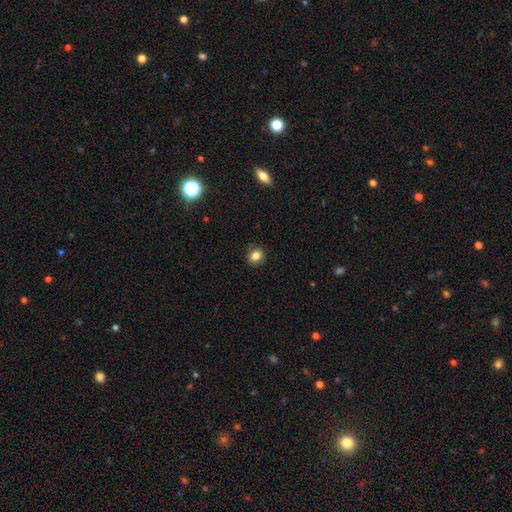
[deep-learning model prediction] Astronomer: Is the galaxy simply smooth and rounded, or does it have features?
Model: smooth — 82%.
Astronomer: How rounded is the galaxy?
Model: round — 77%.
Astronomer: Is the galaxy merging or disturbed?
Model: none — 85%.